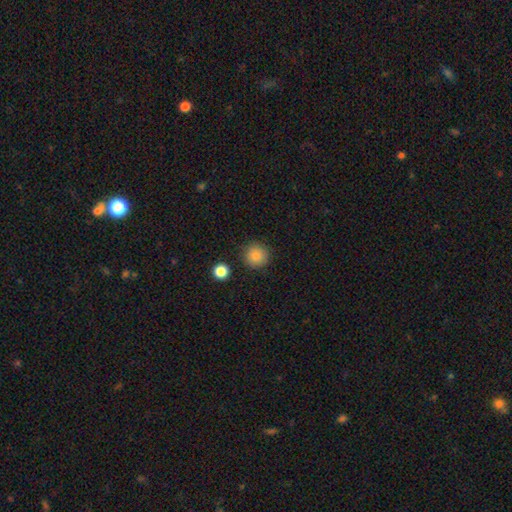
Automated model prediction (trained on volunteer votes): Q: Smooth or featured?
A: smooth (85%); runner-up: star or artifact (10%)
Q: How rounded?
A: round (95%); runner-up: in between (4%)
Q: Merging?
A: none (90%); runner-up: minor disturbance (6%)